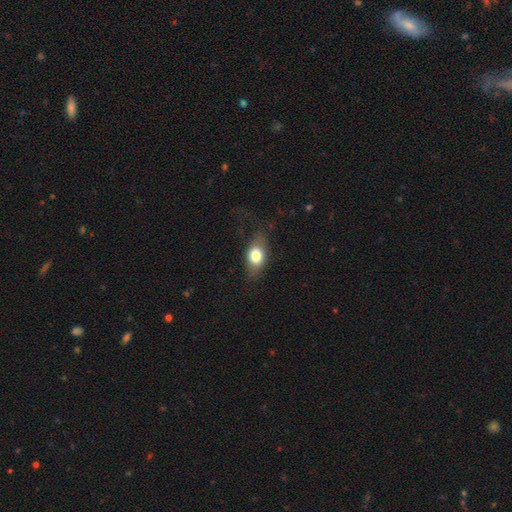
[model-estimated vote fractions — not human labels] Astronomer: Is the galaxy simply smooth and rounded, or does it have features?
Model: smooth — 74%.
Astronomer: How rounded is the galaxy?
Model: in between — 80%.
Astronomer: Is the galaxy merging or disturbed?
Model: none — 67%.